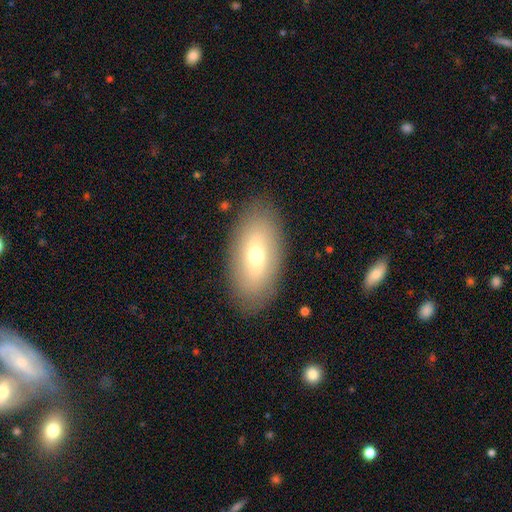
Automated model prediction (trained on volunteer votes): A smooth galaxy with no disk features (59%) that is in between round and cigar-shaped (91%). Merging: none (87%).